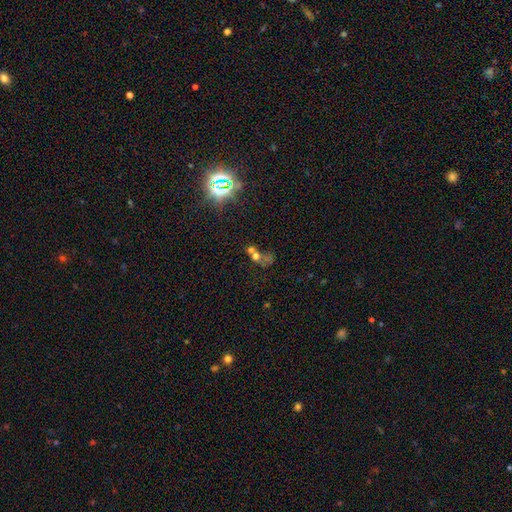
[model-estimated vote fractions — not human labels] Overall: smooth (45%; star or artifact 33%). Merging: merger (53%; none 24%).